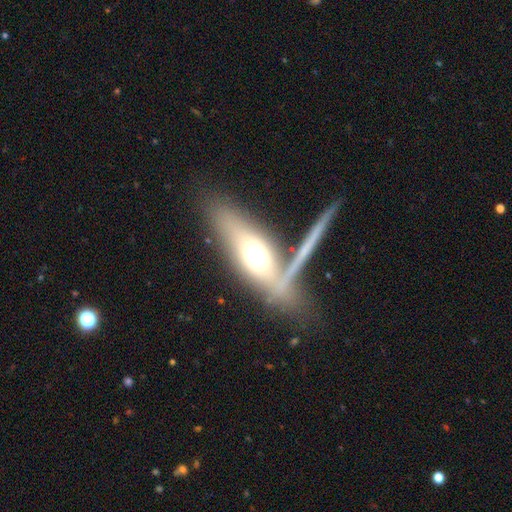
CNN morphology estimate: Q: Smooth or featured?
A: featured or disk (46%); runner-up: smooth (45%)
Q: Merging?
A: none (52%); runner-up: merger (26%)